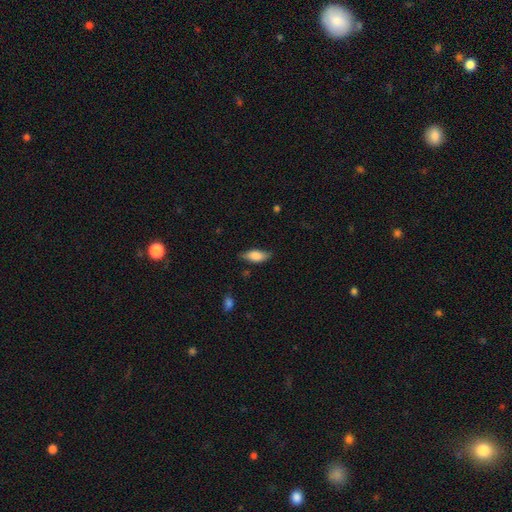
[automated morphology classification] This is likely a smooth galaxy (79%). How rounded: clearly in between (81%). Merging: likely none (76%).